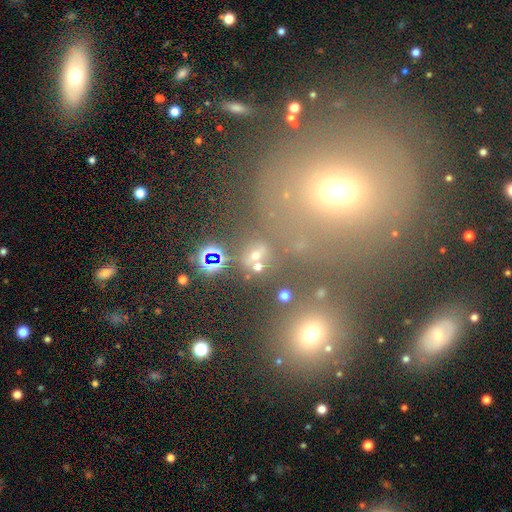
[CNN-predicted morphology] Smooth or featured? star or artifact (45%)